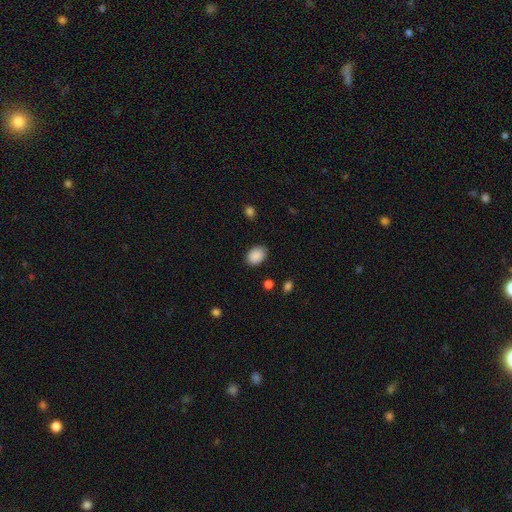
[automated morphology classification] Overall: smooth (89%). How rounded: in between (71%). Merging: none (86%).